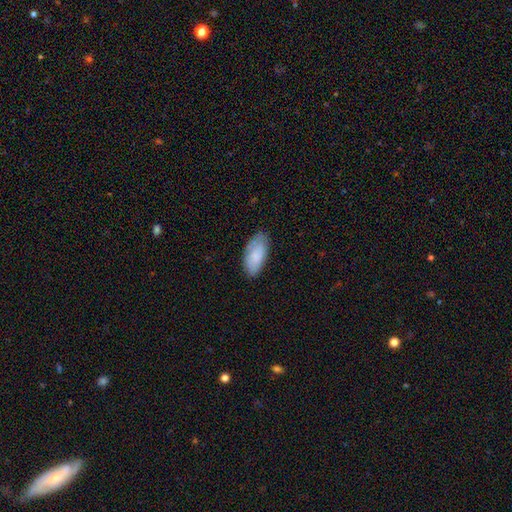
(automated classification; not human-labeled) Smooth or featured: smooth — 82% (featured or disk — 12%)
How rounded: in between — 92% (cigar-shaped — 7%)
Merging: none — 76% (minor disturbance — 19%)